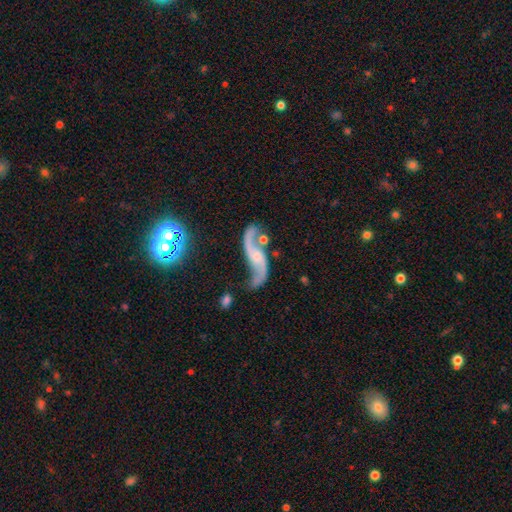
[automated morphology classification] A featured or disk galaxy (88%) with no bar (55%), 2 (93%) loose (87%) spiral arms (96%) and a small central bulge (50%).

Vote fractions:
- Smooth or featured? featured or disk: 88% / star or artifact: 7% / smooth: 6%
- Edge-on disk? no: 95% / yes: 5%
- Bar? no: 55% / weak: 33% / strong: 12%
- Spiral arms? yes: 96% / no: 4%
- Spiral winding? loose: 87% / medium: 11% / tight: 3%
- Spiral arm count? 2: 93% / 1: 2% / can't tell: 2% / 3: 1% / 4: 1% / more than 4: 1%
- Bulge size? small: 50% / moderate: 23% / none: 23% / large: 3% / dominant: 1%
- Merging? none: 60% / minor disturbance: 18% / merger: 11% / major disturbance: 11%